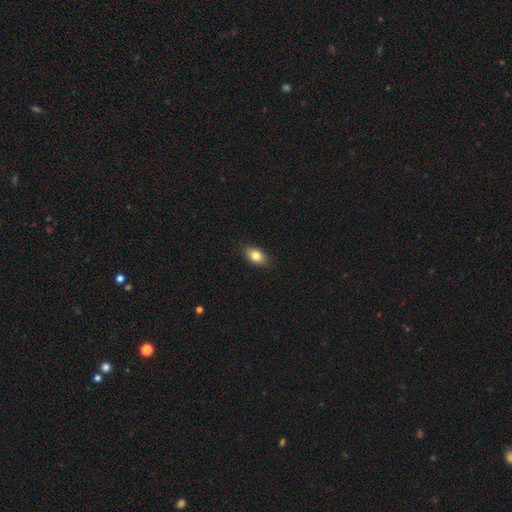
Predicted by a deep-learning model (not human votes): Morphology: type=smooth (81%); roundness=in between (87%); merging=none (87%).